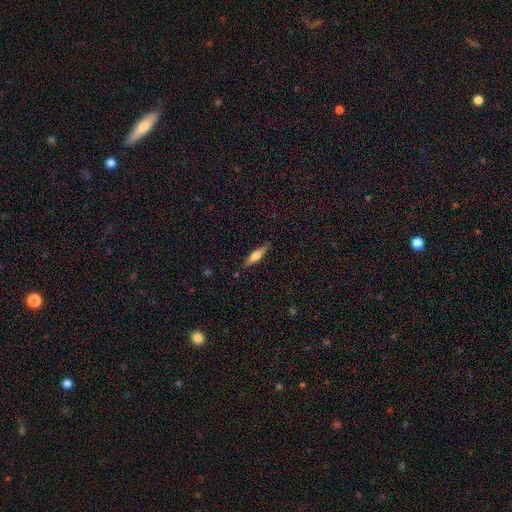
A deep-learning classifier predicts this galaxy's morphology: Smooth or featured: smooth — 52% (featured or disk — 42%)
How rounded: cigar-shaped — 76% (in between — 22%)
Merging: none — 86% (minor disturbance — 10%)